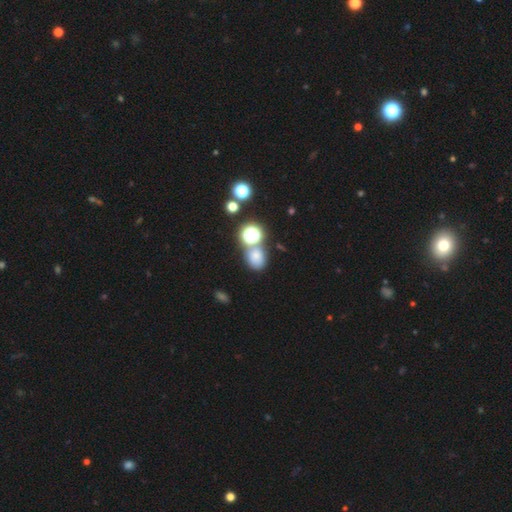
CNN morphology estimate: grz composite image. It shows a smooth galaxy with no disk features (68%) that is round (56%). Merging: none (59%).